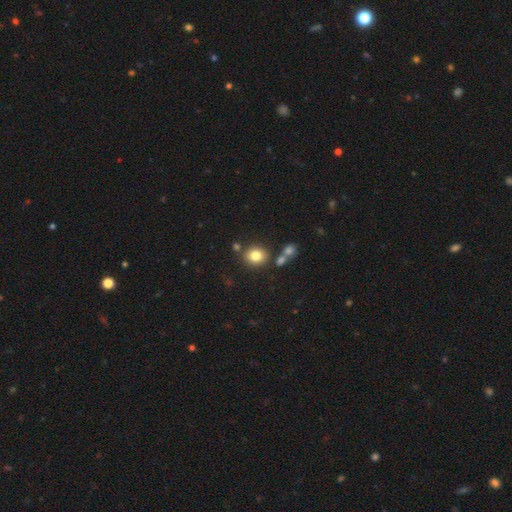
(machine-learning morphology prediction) Smooth or featured? smooth (81%)
How rounded? round (70%)
Merging? none (75%)